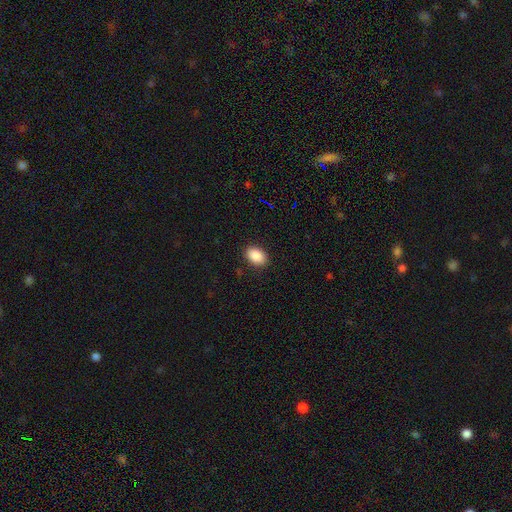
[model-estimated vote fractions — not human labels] Smooth or featured? Predicted: smooth (p=0.89). How rounded? Predicted: in between (p=0.86). Merging? Predicted: none (p=0.89).